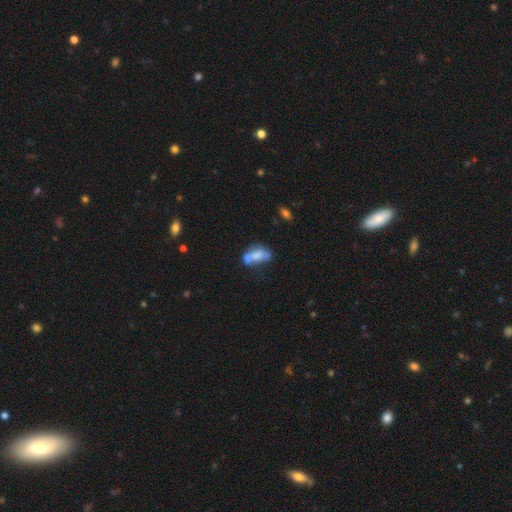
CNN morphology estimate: This appears to be a smooth galaxy with no disk features (56%) that is in between round and cigar-shaped (85%). Merging: merger (34%).